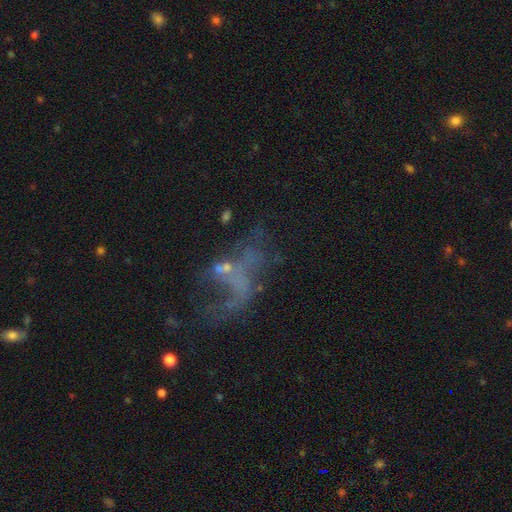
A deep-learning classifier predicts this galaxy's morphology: Overall: featured or disk (56%; star or artifact 24%). Edge-on disk: no (96%). Bar: no (84%). Spiral arms: no (79%). Bulge size: none (66%). Merging: major disturbance (43%; none 30%).